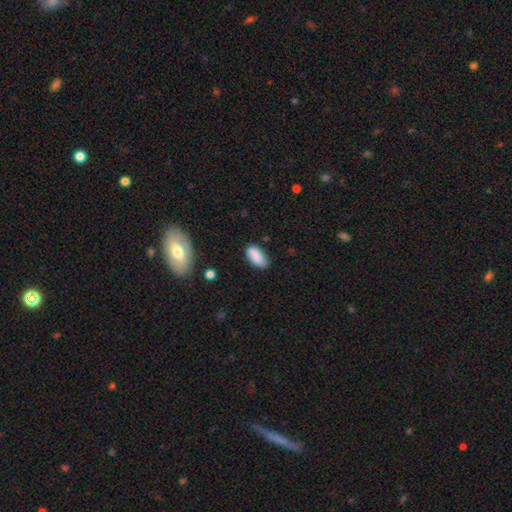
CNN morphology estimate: A smooth galaxy with no disk features (86%) that is in between round and cigar-shaped (92%). Merging: none (76%).